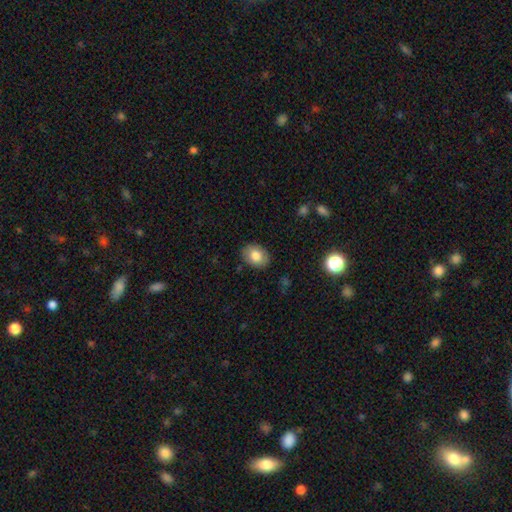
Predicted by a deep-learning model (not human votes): Smooth or featured? smooth (80%)
How rounded? in between (69%)
Merging? none (86%)